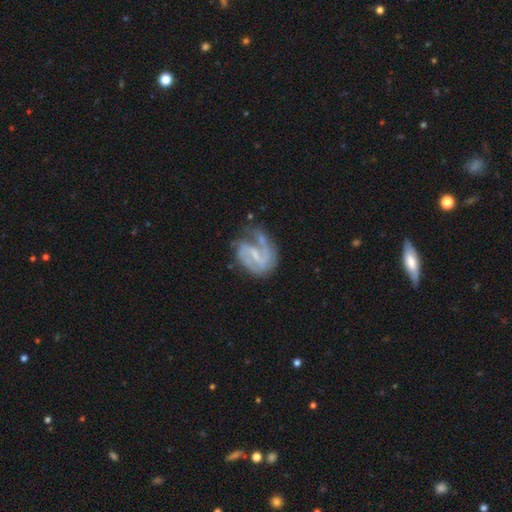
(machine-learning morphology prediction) Overall: featured or disk (81%). Edge-on disk: no (98%). Bar: weak (50%; strong 29%). Spiral arms: yes (89%). Spiral arm count: 2 (48%; 1 29%). Spiral winding: medium (44%; tight 30%). Bulge size: small (45%; none 37%). Merging: none (41%; major disturbance 29%).